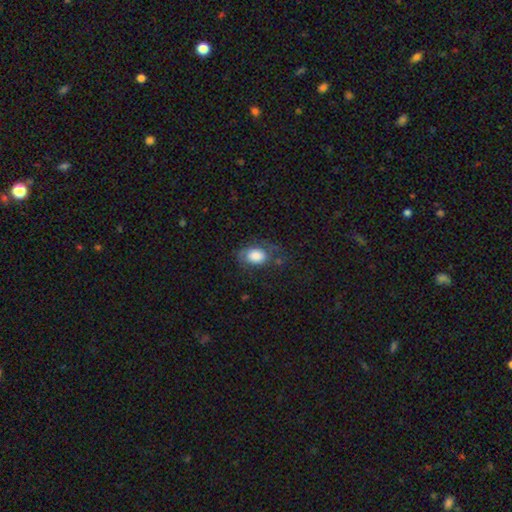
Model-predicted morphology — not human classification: smooth 71%, featured or disk 21%, star or artifact 8%. Down the decision tree: how rounded — in between (77%); merging — none (48%).